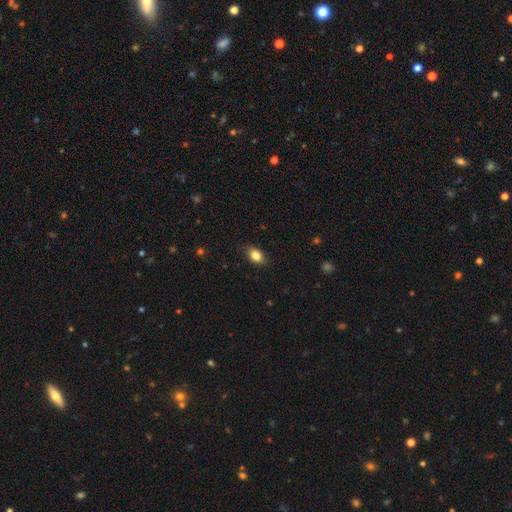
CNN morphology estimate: Q: Smooth or featured?
A: smooth (84%); runner-up: star or artifact (9%)
Q: How rounded?
A: in between (82%); runner-up: round (15%)
Q: Merging?
A: none (84%); runner-up: minor disturbance (13%)